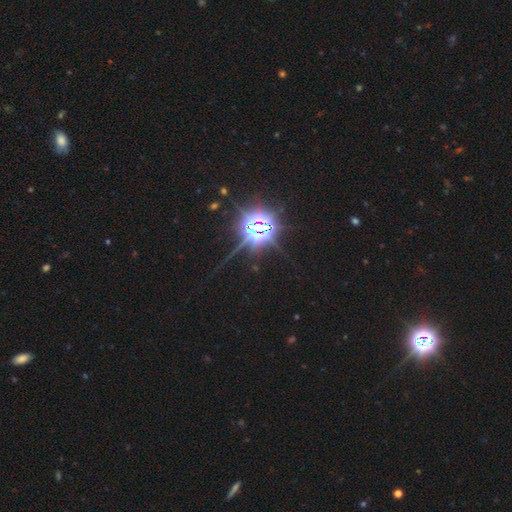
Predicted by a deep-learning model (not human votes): star or artifact 84%, smooth 11%, featured or disk 5%.